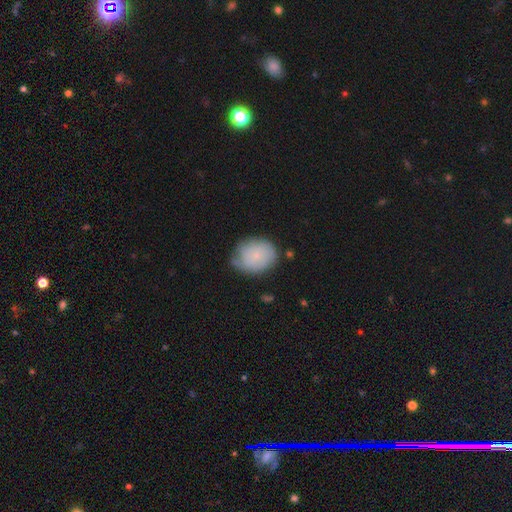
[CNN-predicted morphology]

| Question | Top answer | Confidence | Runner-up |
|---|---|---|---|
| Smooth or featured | smooth | 58% | featured or disk (35%) |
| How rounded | round | 71% | in between (28%) |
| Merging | none | 60% | minor disturbance (29%) |